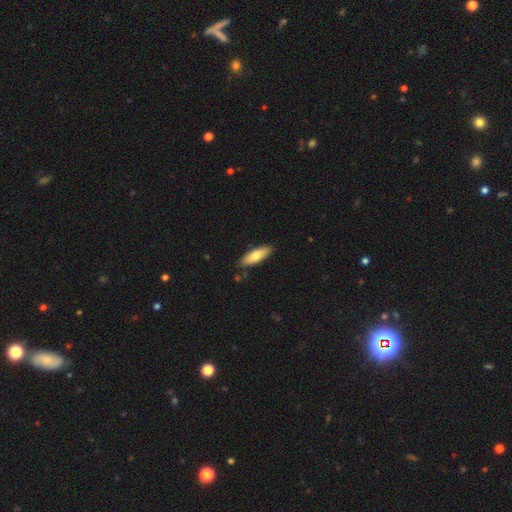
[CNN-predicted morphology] Smooth or featured? Predicted: smooth (p=0.72). How rounded? Predicted: in between (p=0.54). Merging? Predicted: none (p=0.86).